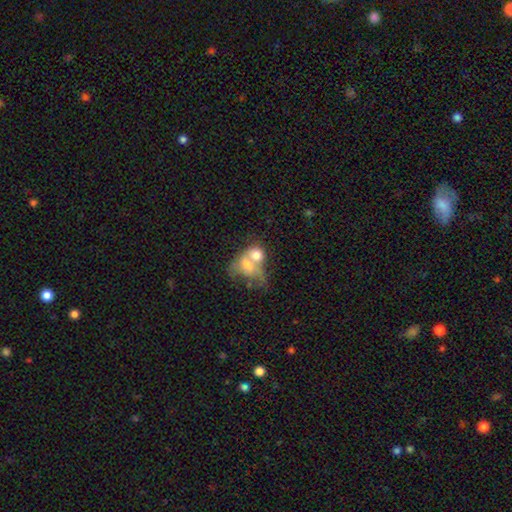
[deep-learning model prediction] A smooth galaxy with no disk features (61%) that is in between round and cigar-shaped (54%).

Vote fractions:
- Smooth or featured? smooth: 61% / featured or disk: 31% / star or artifact: 9%
- How rounded? in between: 54% / round: 44% / cigar-shaped: 2%
- Merging? merger: 77% / major disturbance: 9% / none: 9% / minor disturbance: 5%